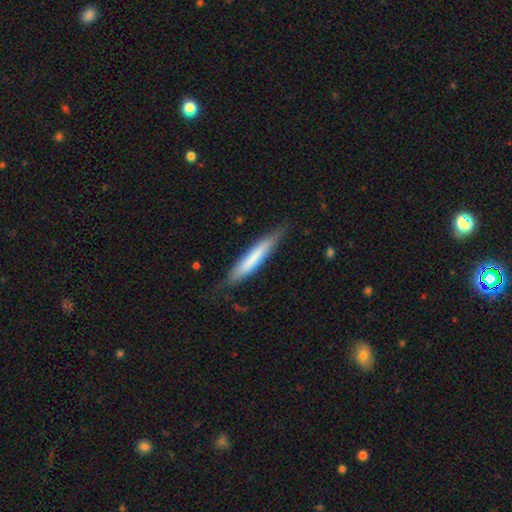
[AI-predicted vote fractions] smooth 68%, featured or disk 27%, star or artifact 6%. Down the decision tree: how rounded — cigar-shaped (91%); merging — none (77%).